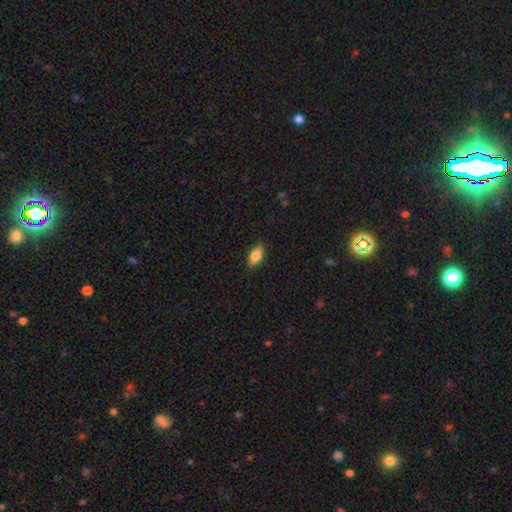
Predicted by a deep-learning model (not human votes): This is likely a smooth galaxy (77%). How rounded: clearly in between (80%). Merging: clearly none (87%).